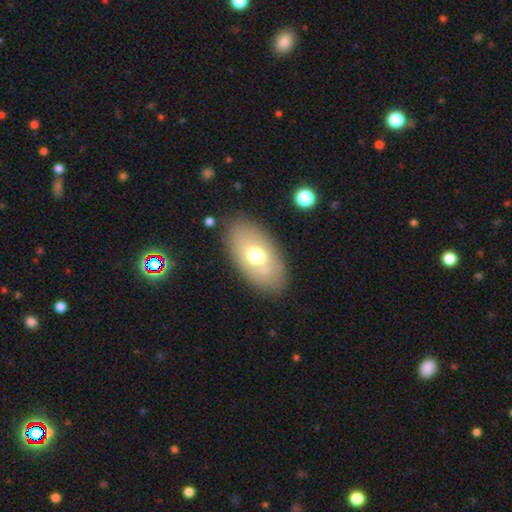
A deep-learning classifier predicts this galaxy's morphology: smooth_or_featured: smooth (p=0.62) [alt: featured or disk p=0.29]
how_rounded: in between (p=0.91) [alt: round p=0.07]
merging: none (p=0.83) [alt: minor disturbance p=0.11]